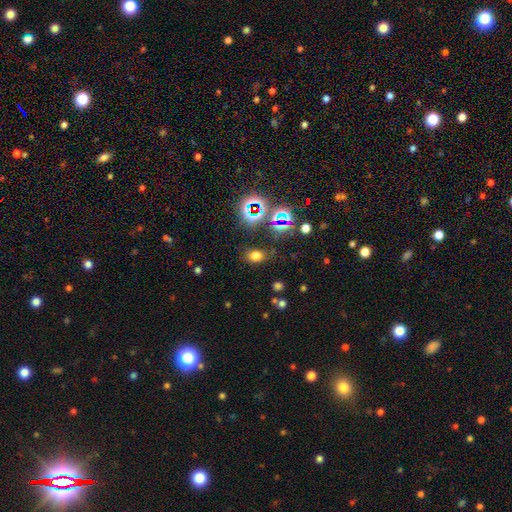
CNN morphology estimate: A smooth galaxy with no disk features (65%) that is in between round and cigar-shaped (61%). Merging: none (79%).